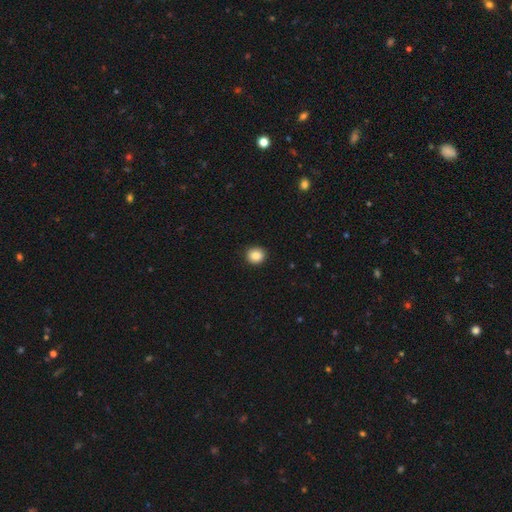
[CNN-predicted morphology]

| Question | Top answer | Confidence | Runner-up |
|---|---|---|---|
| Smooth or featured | smooth | 87% | star or artifact (9%) |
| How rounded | round | 88% | in between (11%) |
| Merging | none | 92% | minor disturbance (6%) |